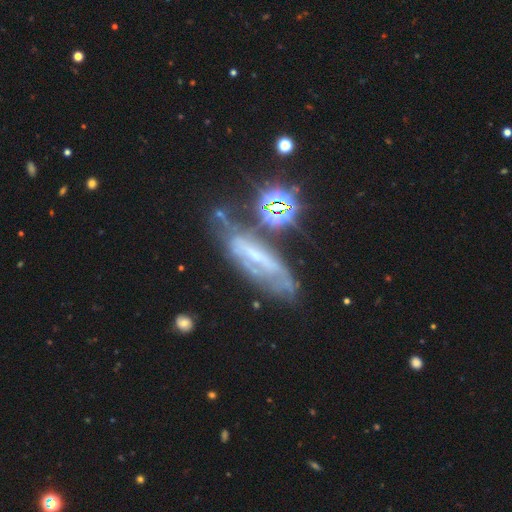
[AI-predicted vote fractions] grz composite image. It shows a featured or disk galaxy (67%). Merging: none (46%).